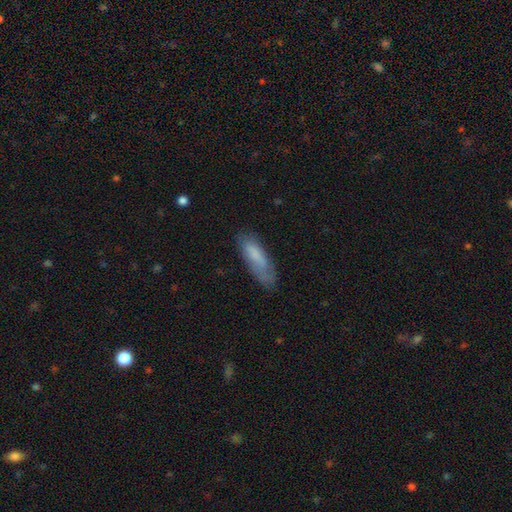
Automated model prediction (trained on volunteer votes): Smooth or featured? smooth (74%)
How rounded? cigar-shaped (55%)
Merging? none (63%)